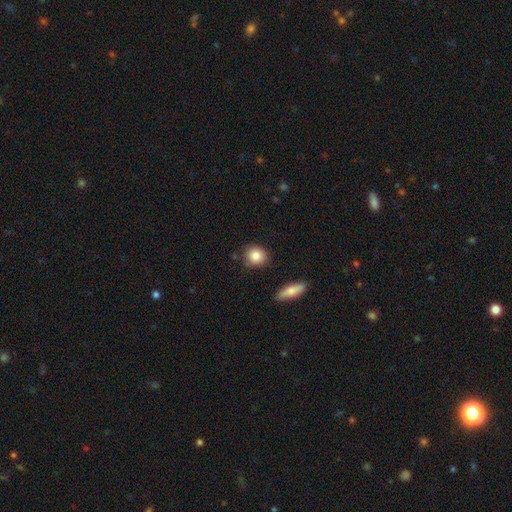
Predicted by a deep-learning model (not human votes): Smooth or featured? Predicted: smooth (p=0.85). How rounded? Predicted: round (p=0.77). Merging? Predicted: none (p=0.82).